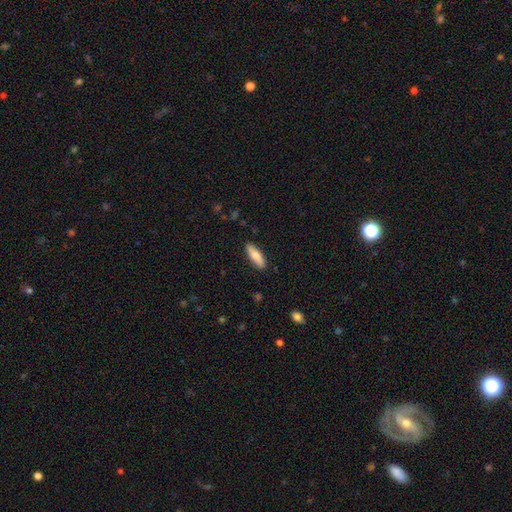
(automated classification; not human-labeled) A smooth galaxy with no disk features (75%) that is cigar-shaped (49%, tied with in between). Merging: none (88%).